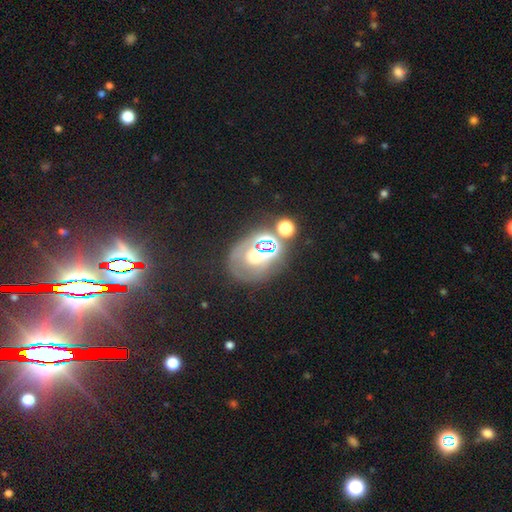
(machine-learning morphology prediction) smooth-or-featured: smooth: 38% | star or artifact: 35% | featured or disk: 27%
  merging: none: 57% | merger: 16% | minor disturbance: 15% | major disturbance: 12%